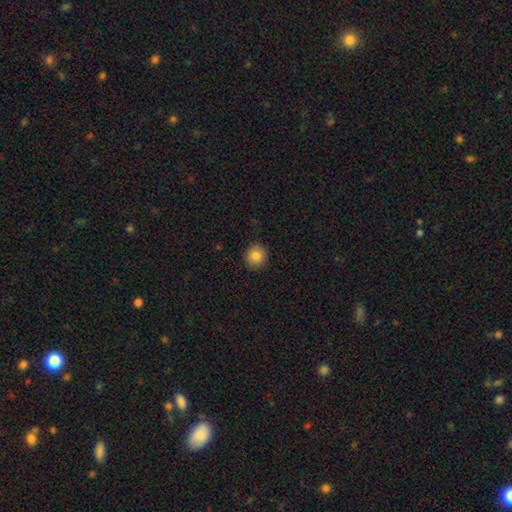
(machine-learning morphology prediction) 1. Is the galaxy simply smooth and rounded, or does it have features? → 85% smooth, 9% star or artifact, 6% featured or disk.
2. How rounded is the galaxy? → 91% round, 8% in between, 1% cigar-shaped.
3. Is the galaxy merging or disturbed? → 91% none, 6% minor disturbance, 2% major disturbance, 1% merger.